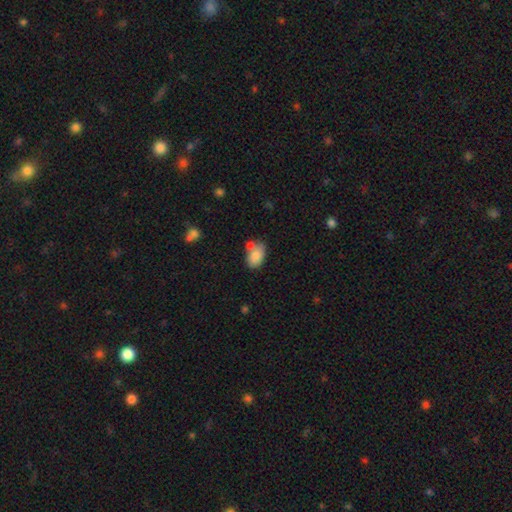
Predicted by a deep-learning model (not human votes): This is clearly a smooth galaxy (83%). How rounded: clearly in between (88%). Merging: possibly none (56%).